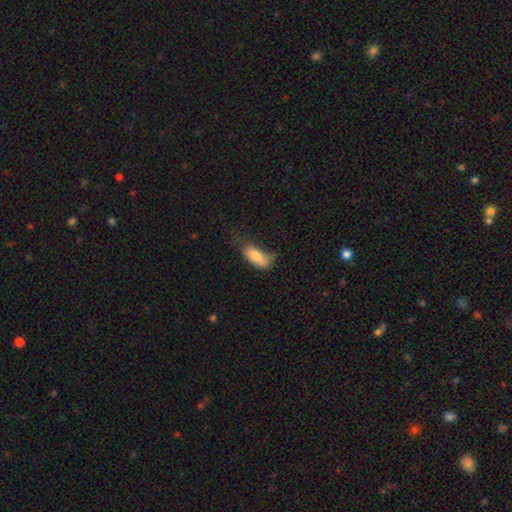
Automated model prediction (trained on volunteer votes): Smooth or featured? smooth (79%)
How rounded? in between (82%)
Merging? minor disturbance (37%)